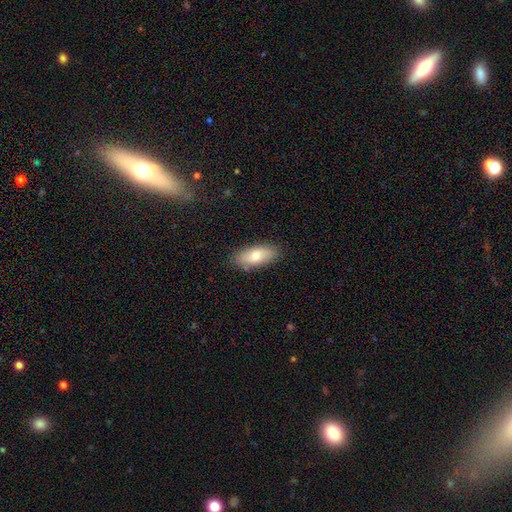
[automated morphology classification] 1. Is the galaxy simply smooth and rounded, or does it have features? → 73% smooth, 21% featured or disk, 7% star or artifact.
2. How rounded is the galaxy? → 82% in between, 15% cigar-shaped, 3% round.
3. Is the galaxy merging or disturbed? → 86% none, 11% minor disturbance, 2% major disturbance, 1% merger.